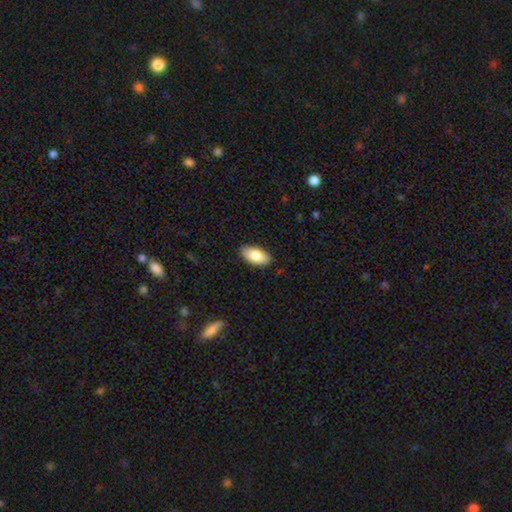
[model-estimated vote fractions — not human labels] Overall: smooth (82%). How rounded: in between (93%). Merging: none (88%).